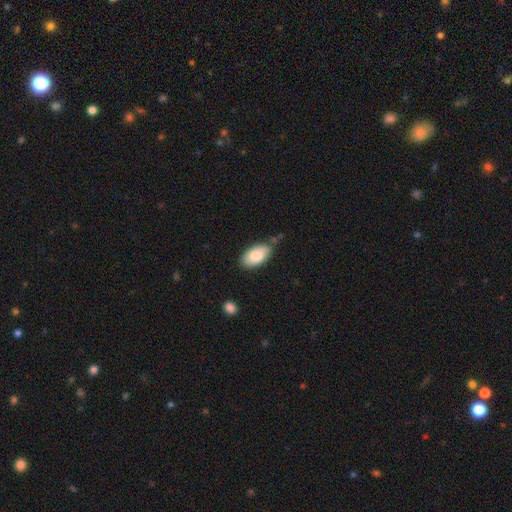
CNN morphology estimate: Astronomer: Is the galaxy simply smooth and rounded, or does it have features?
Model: smooth — 82%.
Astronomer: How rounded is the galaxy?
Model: in between — 94%.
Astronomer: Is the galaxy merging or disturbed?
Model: none — 72%.